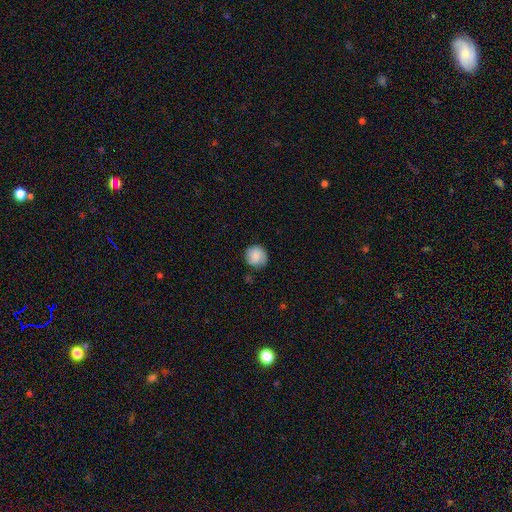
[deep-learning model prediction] smooth-or-featured: smooth: 83% | featured or disk: 10% | star or artifact: 7%
  how-rounded: round: 90% | in between: 9% | cigar-shaped: 1%
  merging: none: 77% | minor disturbance: 17% | major disturbance: 4% | merger: 2%